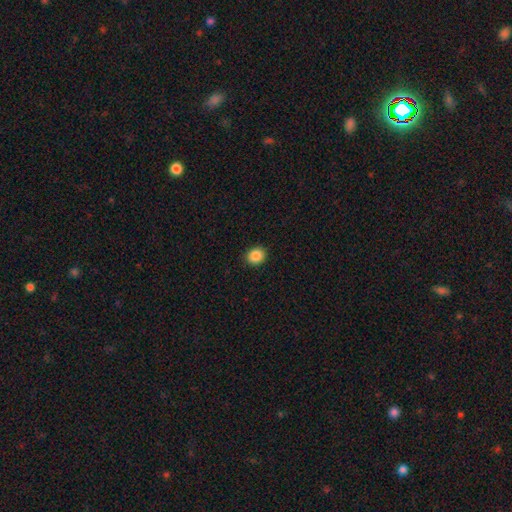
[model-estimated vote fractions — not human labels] A smooth galaxy with no disk features (87%) that is round (69%). Merging: none (91%).